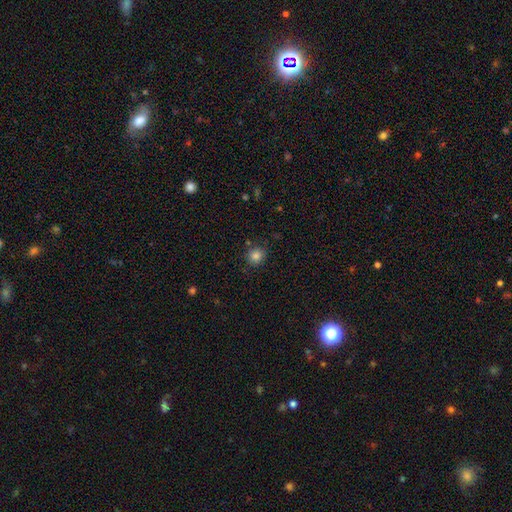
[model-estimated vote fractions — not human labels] Morphology: type=smooth (83%); roundness=round (89%); merging=none (84%).